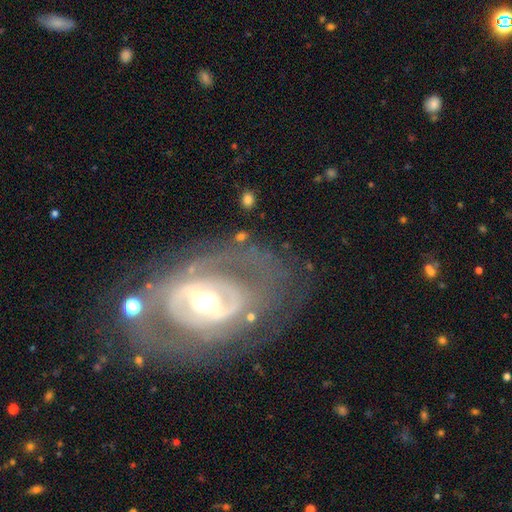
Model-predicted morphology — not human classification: This appears to be a featured or disk galaxy (82%) with a strong bar (36%), spiral arms (65%) and a moderate central bulge (65%). Merging: none (65%).